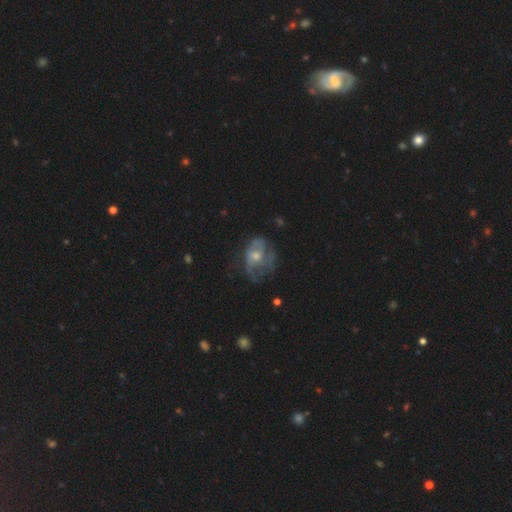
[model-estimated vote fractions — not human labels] The model was most divided on "spiral arms": yes: 56%, no: 44%. Remaining: edge-on disk — no (97%); bar — no (79%); smooth or featured — featured or disk (62%); bulge size — moderate (56%); merging — none (44%).